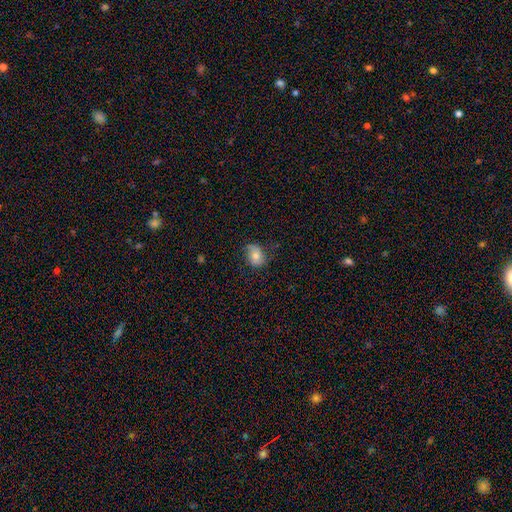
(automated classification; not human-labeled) Smooth or featured: smooth — 59% (featured or disk — 32%)
How rounded: in between — 61% (round — 37%)
Merging: none — 62% (minor disturbance — 27%)